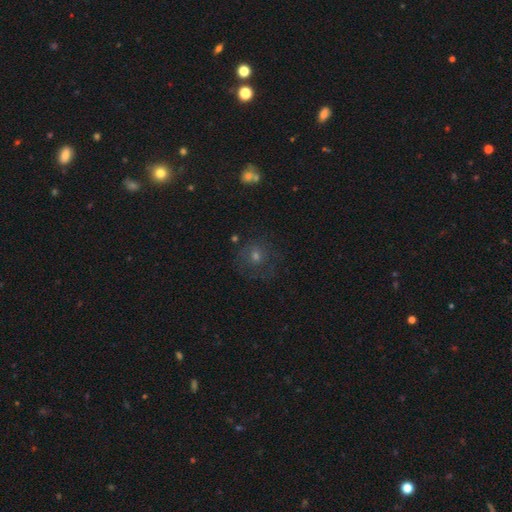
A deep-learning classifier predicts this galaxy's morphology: This appears to be a smooth galaxy with no disk features (42%). Merging: none (74%).